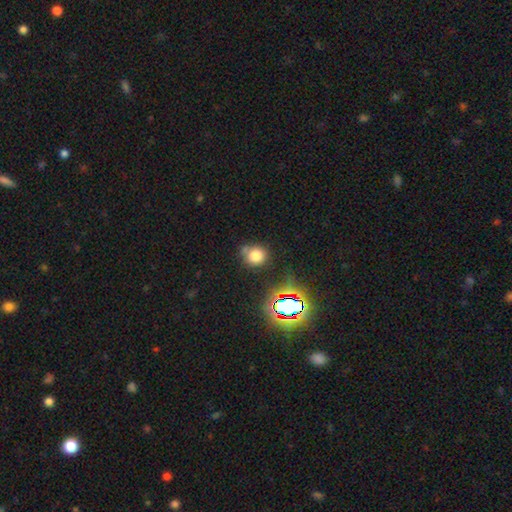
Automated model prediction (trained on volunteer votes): smooth_or_featured: smooth (p=0.74) [alt: star or artifact p=0.18]
how_rounded: round (p=0.84) [alt: in between p=0.15]
merging: none (p=0.64) [alt: minor disturbance p=0.17]